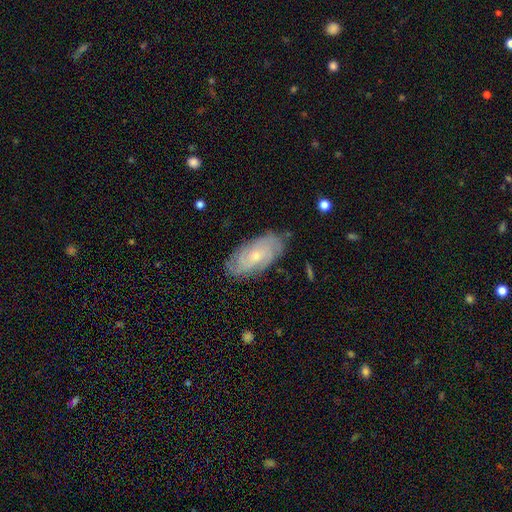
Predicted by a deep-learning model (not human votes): smooth_or_featured: featured or disk (p=0.71) [alt: smooth p=0.22]
disk_edge_on: no (p=0.93) [alt: yes p=0.07]
bar: no (p=0.73) [alt: weak p=0.23]
has_spiral_arms: yes (p=0.92) [alt: no p=0.08]
spiral_winding: tight (p=0.67) [alt: medium p=0.26]
spiral_arm_count: can't tell (p=0.44) [alt: 2 p=0.17]
bulge_size: small (p=0.61) [alt: moderate p=0.35]
merging: none (p=0.79) [alt: minor disturbance p=0.16]